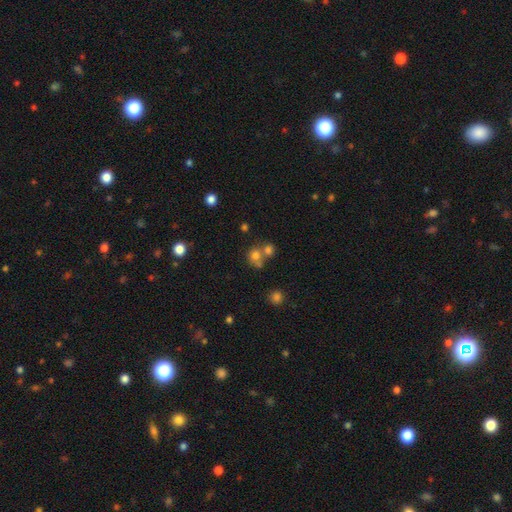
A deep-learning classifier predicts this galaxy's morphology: Smooth or featured? smooth (72%)
How rounded? round (80%)
Merging? merger (48%)